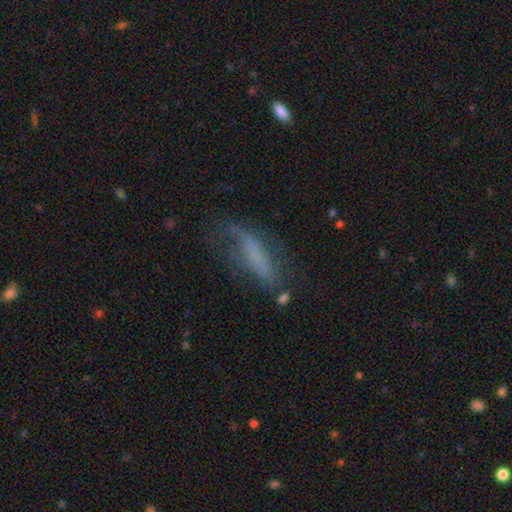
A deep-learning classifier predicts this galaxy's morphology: Overall: smooth (44%; featured or disk 42%). Merging: none (43%; minor disturbance 27%).